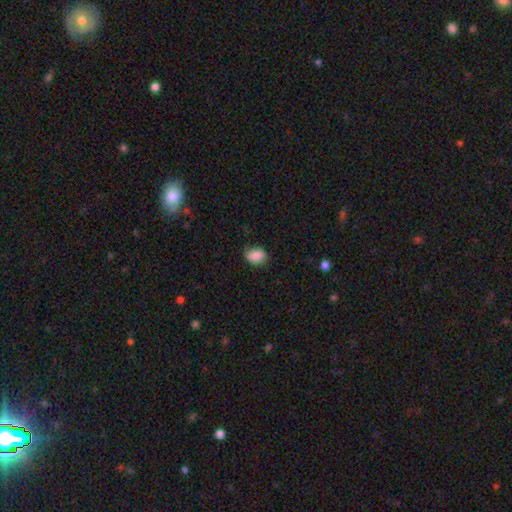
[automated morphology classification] This appears to be a smooth galaxy with no disk features (86%) that is in between round and cigar-shaped (75%). Merging: none (77%).